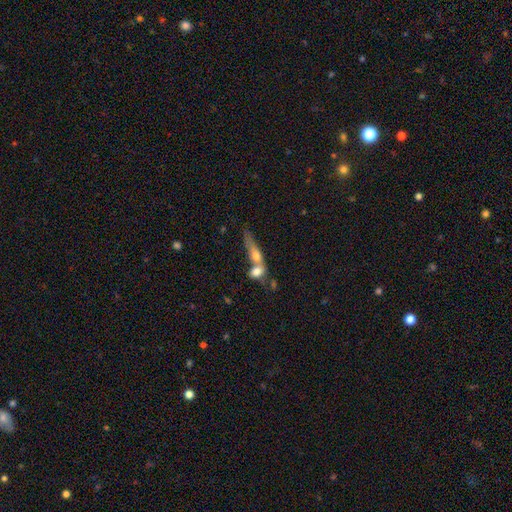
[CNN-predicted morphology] smooth-or-featured: smooth: 63% | featured or disk: 28% | star or artifact: 9%
  how-rounded: in between: 46% | cigar-shaped: 35% | round: 19%
  merging: merger: 71% | none: 15% | major disturbance: 7% | minor disturbance: 7%